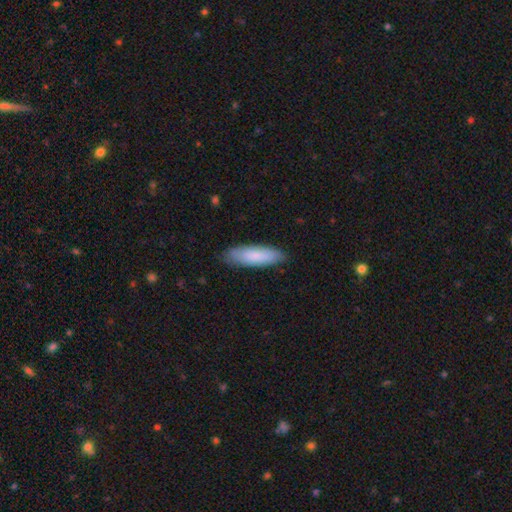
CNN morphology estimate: smooth_or_featured: smooth (p=0.83) [alt: featured or disk p=0.12]
how_rounded: cigar-shaped (p=0.53) [alt: in between p=0.46]
merging: none (p=0.84) [alt: minor disturbance p=0.13]